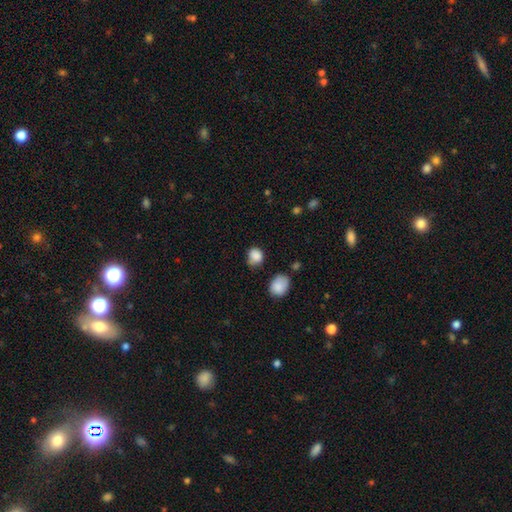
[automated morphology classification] type=smooth (86%); roundness=round (65%); merging=none (59%).